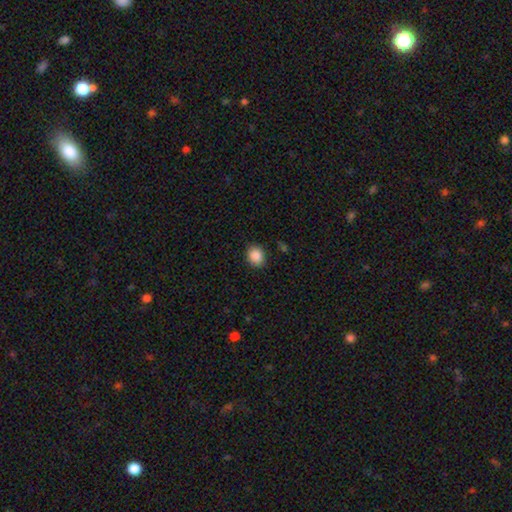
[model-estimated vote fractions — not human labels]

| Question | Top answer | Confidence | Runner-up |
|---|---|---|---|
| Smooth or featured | smooth | 88% | star or artifact (9%) |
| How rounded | round | 58% | in between (41%) |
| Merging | none | 86% | minor disturbance (10%) |